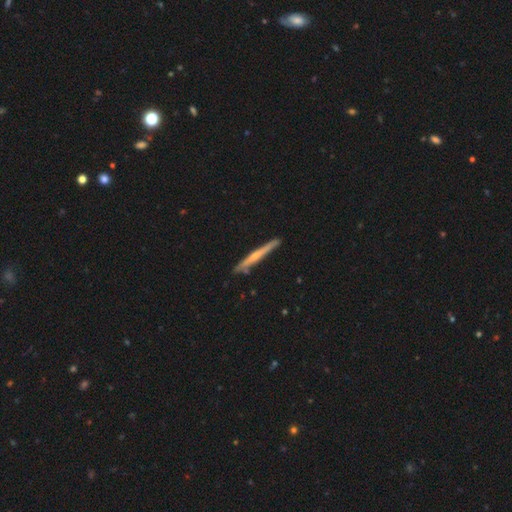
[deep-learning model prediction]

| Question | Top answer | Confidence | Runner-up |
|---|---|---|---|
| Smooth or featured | featured or disk | 61% | smooth (34%) |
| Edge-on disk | yes | 96% | no (4%) |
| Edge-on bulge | rounded | 57% | none (37%) |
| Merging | none | 85% | minor disturbance (11%) |